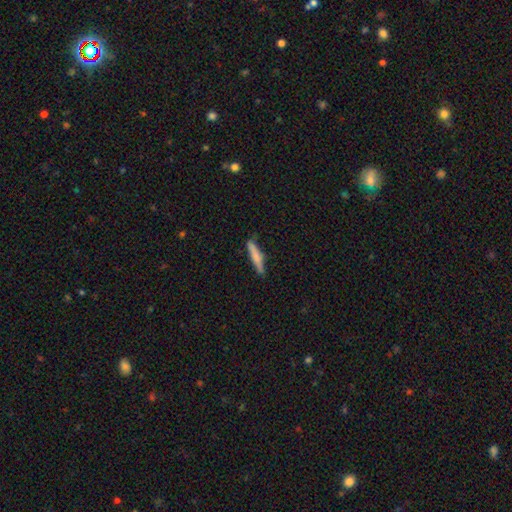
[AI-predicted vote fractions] A smooth galaxy with no disk features (68%) that is cigar-shaped (91%).

Vote fractions:
- Smooth or featured? smooth: 68% / featured or disk: 26% / star or artifact: 6%
- How rounded? cigar-shaped: 91% / in between: 7% / round: 2%
- Merging? none: 80% / minor disturbance: 15% / major disturbance: 3% / merger: 2%